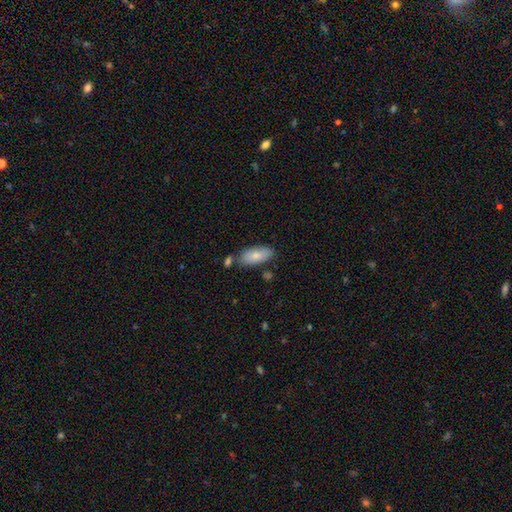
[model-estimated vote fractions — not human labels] Smooth or featured: smooth — 79% (featured or disk — 15%)
How rounded: in between — 87% (cigar-shaped — 11%)
Merging: none — 71% (minor disturbance — 16%)